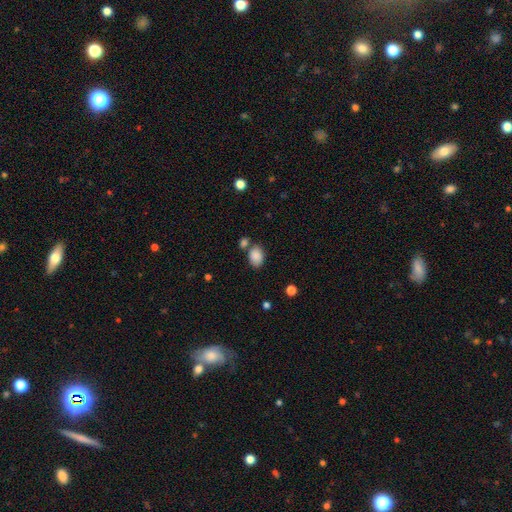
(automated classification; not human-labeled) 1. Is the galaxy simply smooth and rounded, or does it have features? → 87% smooth, 8% star or artifact, 5% featured or disk.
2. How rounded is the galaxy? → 79% in between, 19% round, 1% cigar-shaped.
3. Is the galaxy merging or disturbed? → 65% none, 17% merger, 14% minor disturbance, 4% major disturbance.